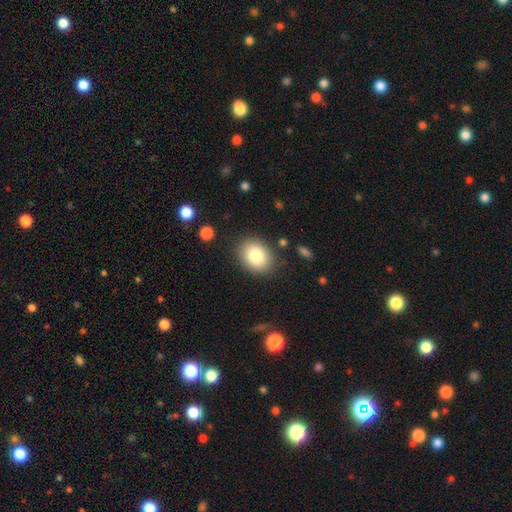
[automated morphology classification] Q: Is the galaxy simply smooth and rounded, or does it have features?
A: smooth — 82%.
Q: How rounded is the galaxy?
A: in between — 61%.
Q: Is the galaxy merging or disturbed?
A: none — 85%.